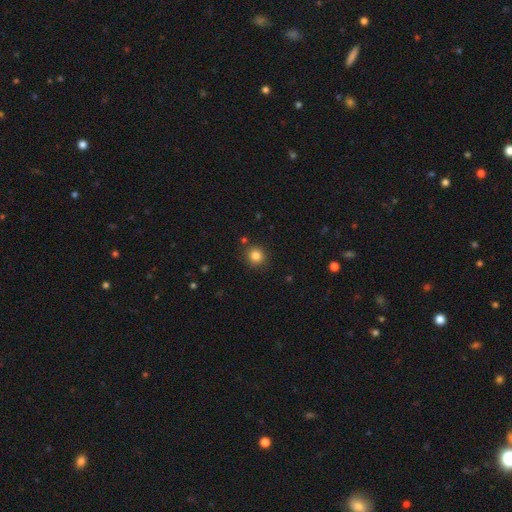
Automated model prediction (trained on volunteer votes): Smooth or featured? Predicted: smooth (p=0.84). How rounded? Predicted: round (p=0.90). Merging? Predicted: none (p=0.85).